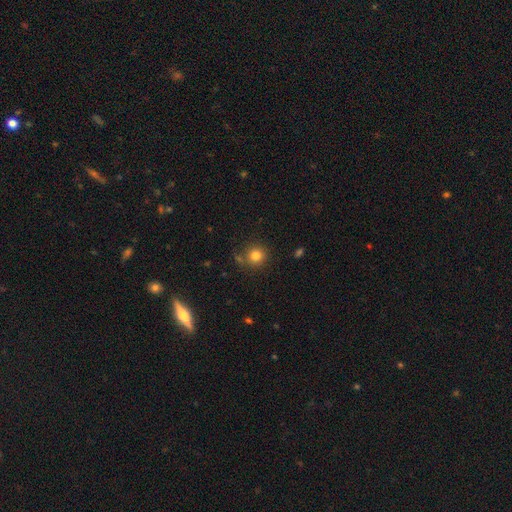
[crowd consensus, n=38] This is clearly a smooth galaxy (87%). How rounded: clearly round (91%). Merging: likely none (61%).